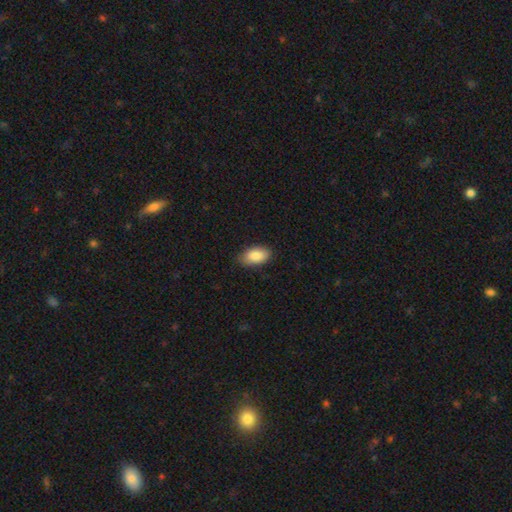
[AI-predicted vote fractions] Smooth or featured: smooth — 87% (featured or disk — 7%)
How rounded: in between — 93% (round — 4%)
Merging: none — 83% (minor disturbance — 14%)